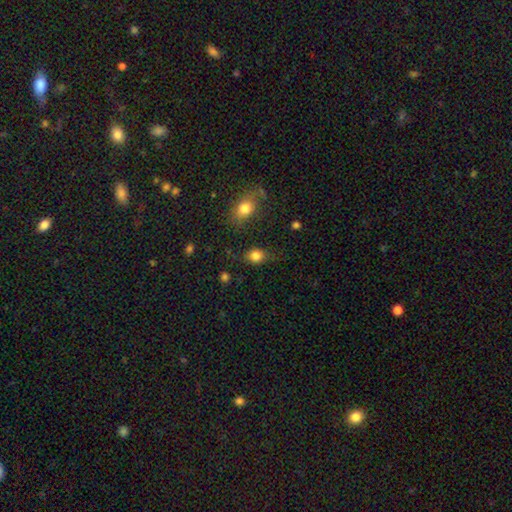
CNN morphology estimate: A smooth galaxy with no disk features (83%) that is round (57%). Merging: none (74%).